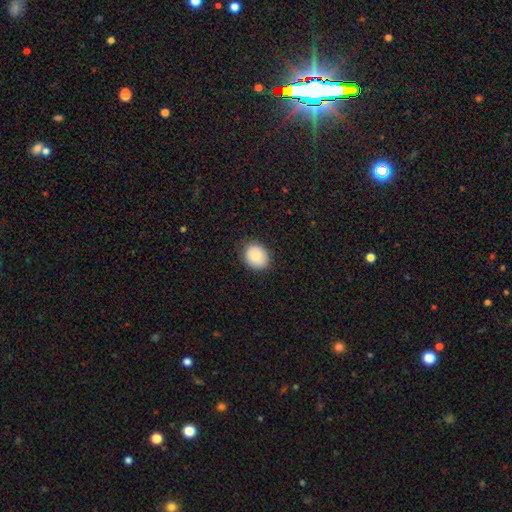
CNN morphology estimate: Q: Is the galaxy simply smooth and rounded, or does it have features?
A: smooth — 81%.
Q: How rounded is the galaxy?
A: round — 66%.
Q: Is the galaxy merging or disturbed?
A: none — 86%.